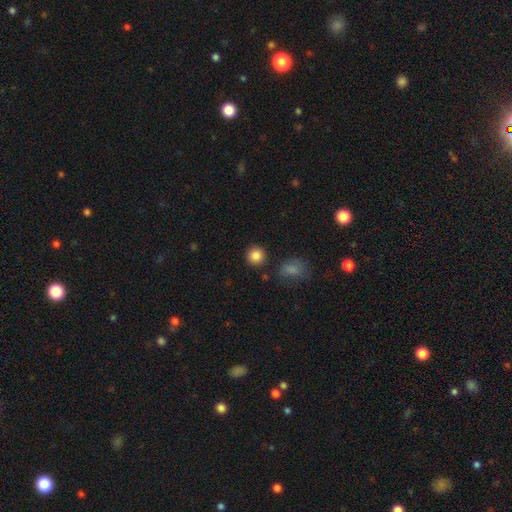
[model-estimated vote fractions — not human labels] smooth 86%, star or artifact 10%, featured or disk 4%. Down the decision tree: how rounded — round (93%); merging — none (88%).